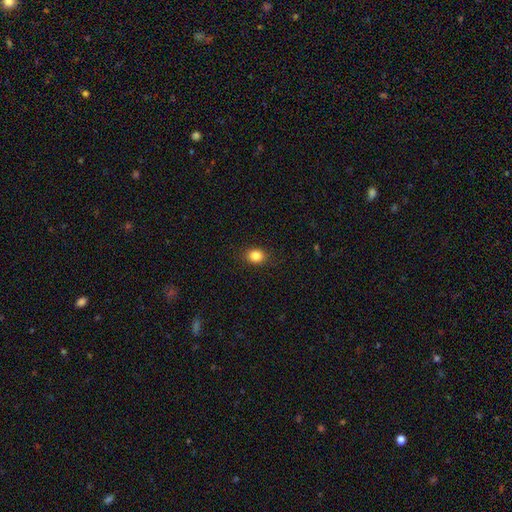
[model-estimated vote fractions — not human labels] Q: Smooth or featured?
A: smooth (84%); runner-up: star or artifact (11%)
Q: How rounded?
A: round (54%); runner-up: in between (45%)
Q: Merging?
A: none (88%); runner-up: minor disturbance (8%)